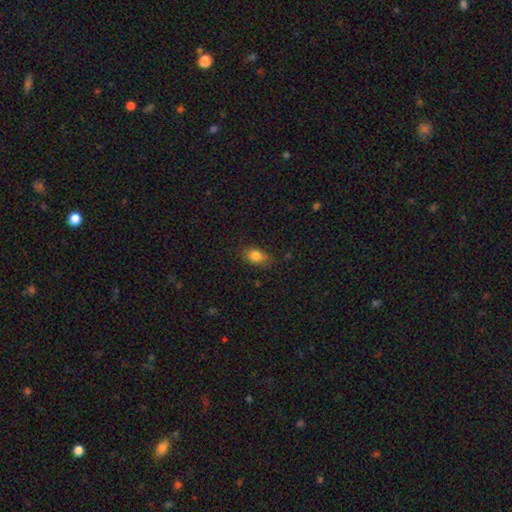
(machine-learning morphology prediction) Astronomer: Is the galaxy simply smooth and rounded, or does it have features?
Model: smooth — 83%.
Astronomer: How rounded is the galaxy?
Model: in between — 76%.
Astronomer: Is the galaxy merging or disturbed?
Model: none — 74%.